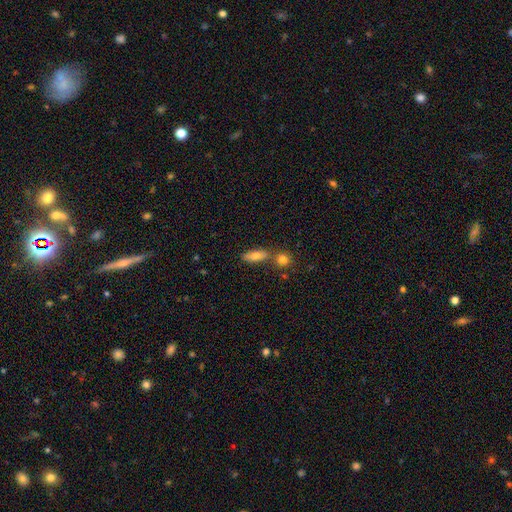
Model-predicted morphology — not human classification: smooth-or-featured: smooth: 75% | featured or disk: 17% | star or artifact: 8%
  how-rounded: in between: 65% | cigar-shaped: 31% | round: 4%
  merging: none: 64% | merger: 21% | minor disturbance: 12% | major disturbance: 3%